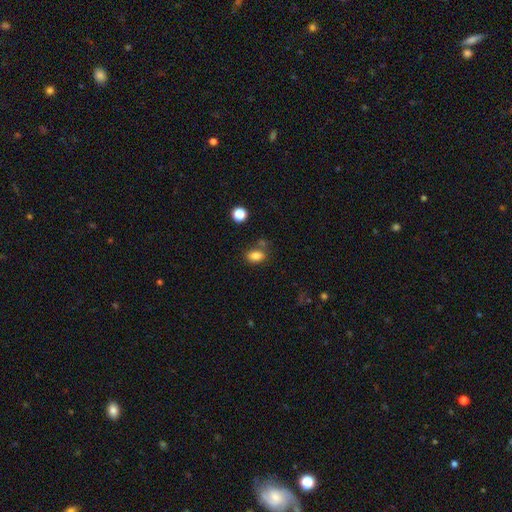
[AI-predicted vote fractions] smooth 83%, star or artifact 11%, featured or disk 6%. Down the decision tree: how rounded — in between (83%); merging — none (66%).